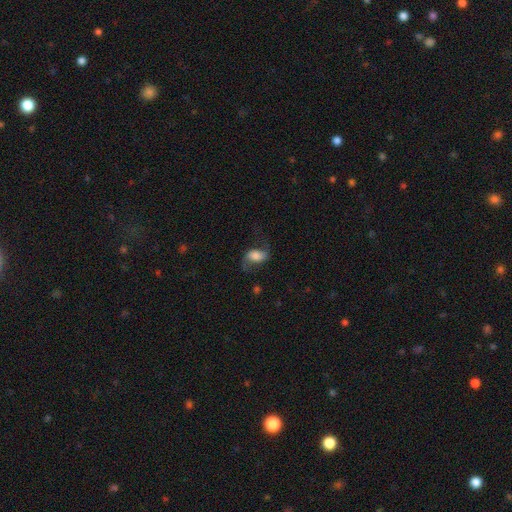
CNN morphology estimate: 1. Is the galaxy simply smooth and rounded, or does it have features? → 47% smooth, 44% featured or disk, 10% star or artifact.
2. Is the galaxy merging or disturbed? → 58% none, 20% minor disturbance, 20% major disturbance, 2% merger.